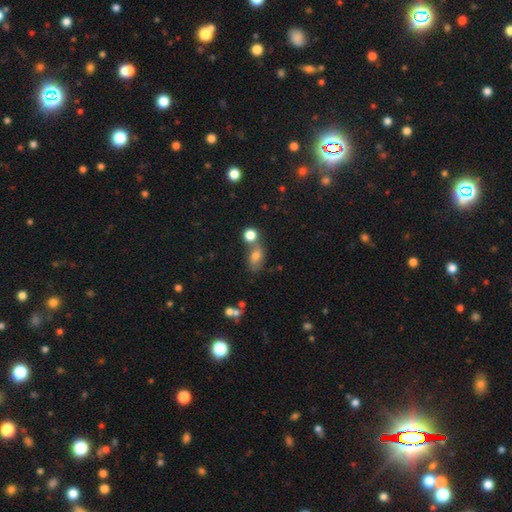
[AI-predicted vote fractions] Smooth or featured? smooth (67%)
How rounded? in between (74%)
Merging? none (45%)